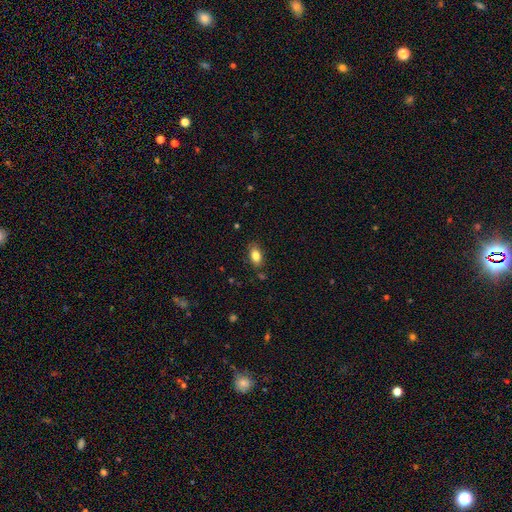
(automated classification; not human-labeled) Smooth or featured?
  - smooth: 82% *
  - featured or disk: 9%
  - star or artifact: 8%
How rounded?
  - in between: 88% *
  - round: 9%
  - cigar-shaped: 3%
Merging?
  - none: 81% *
  - minor disturbance: 14%
  - major disturbance: 3%
  - merger: 2%